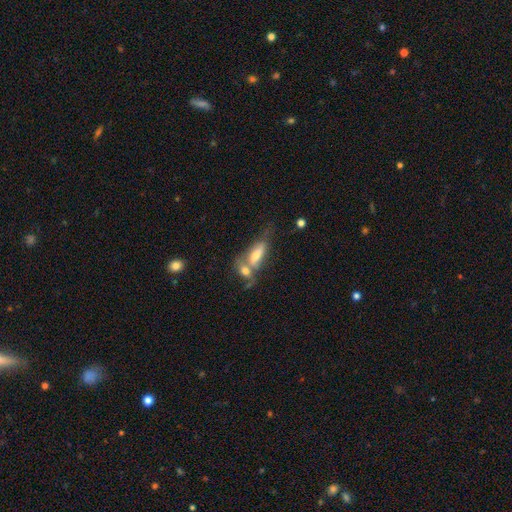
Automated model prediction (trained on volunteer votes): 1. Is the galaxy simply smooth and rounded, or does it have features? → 59% smooth, 32% featured or disk, 9% star or artifact.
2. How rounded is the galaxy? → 70% in between, 26% cigar-shaped, 4% round.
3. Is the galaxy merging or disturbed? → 58% merger, 23% none, 11% minor disturbance, 8% major disturbance.